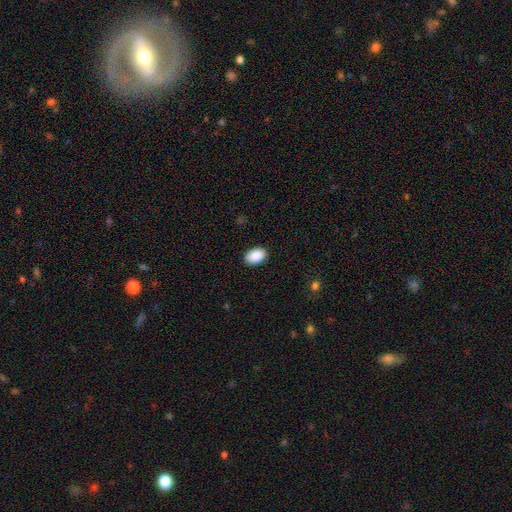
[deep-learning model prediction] smooth-or-featured: smooth: 90% | star or artifact: 7% | featured or disk: 3%
  how-rounded: in between: 90% | round: 9% | cigar-shaped: 1%
  merging: none: 90% | minor disturbance: 7% | major disturbance: 2% | merger: 1%